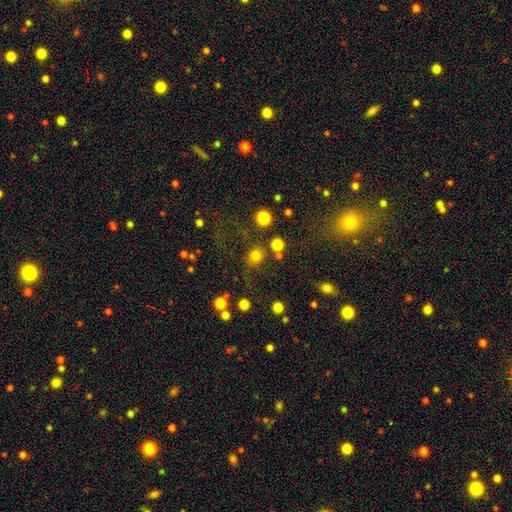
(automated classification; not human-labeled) A smooth galaxy with no disk features (77%) that is round (86%).

Vote fractions:
- Smooth or featured? smooth: 77% / star or artifact: 17% / featured or disk: 6%
- How rounded? round: 86% / in between: 13% / cigar-shaped: 1%
- Merging? none: 72% / minor disturbance: 11% / merger: 10% / major disturbance: 8%